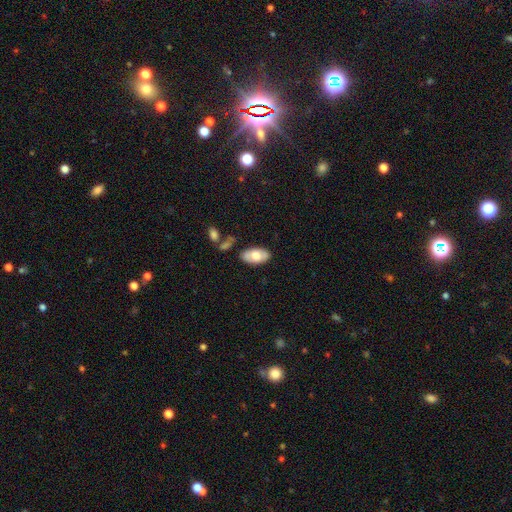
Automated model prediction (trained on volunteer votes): Smooth or featured? Predicted: smooth (p=0.65). How rounded? Predicted: in between (p=0.94). Merging? Predicted: none (p=0.80).